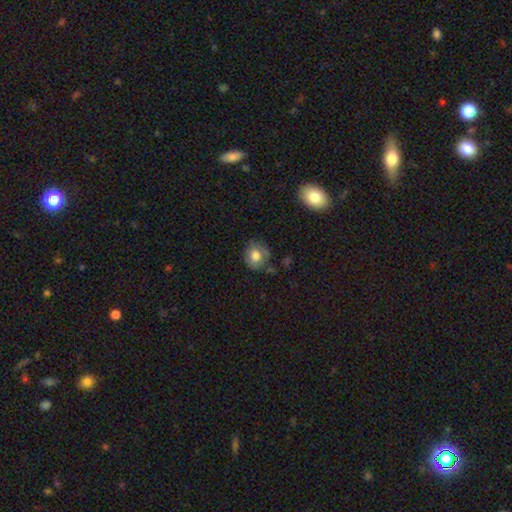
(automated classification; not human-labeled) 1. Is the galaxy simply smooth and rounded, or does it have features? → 75% smooth, 16% featured or disk, 9% star or artifact.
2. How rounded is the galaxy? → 75% round, 24% in between, 1% cigar-shaped.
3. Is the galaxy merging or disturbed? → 68% none, 22% minor disturbance, 6% major disturbance, 3% merger.